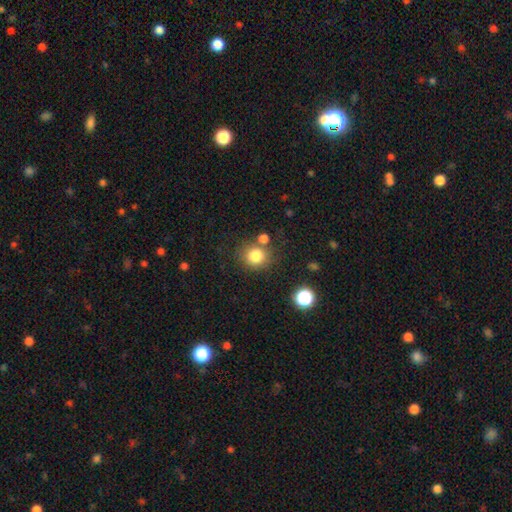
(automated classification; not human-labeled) The model was most divided on "merging": none: 71%, merger: 13%, minor disturbance: 11%, major disturbance: 4%. More confident: how rounded — round (83%); smooth or featured — smooth (81%).